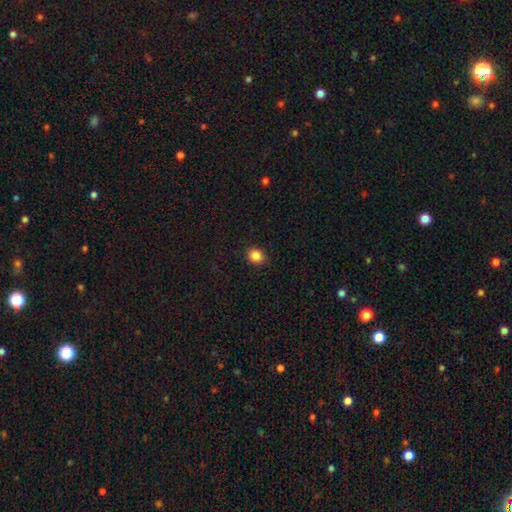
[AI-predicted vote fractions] This appears to be a smooth galaxy with no disk features (87%) that is round (58%). Merging: none (89%).